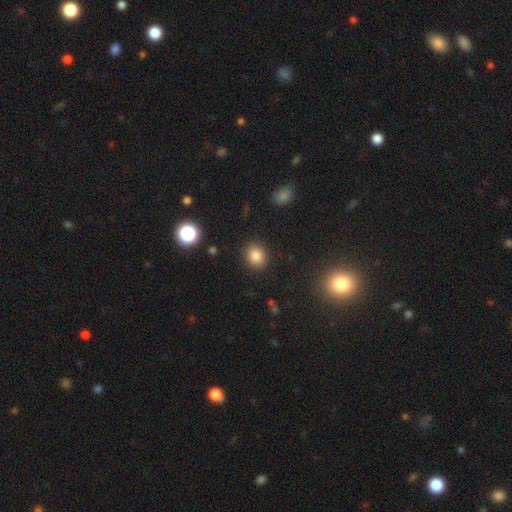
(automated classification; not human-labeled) The model was most divided on "how rounded": round: 72%, in between: 27%, cigar-shaped: 1%. More confident: merging — none (89%); smooth or featured — smooth (83%).